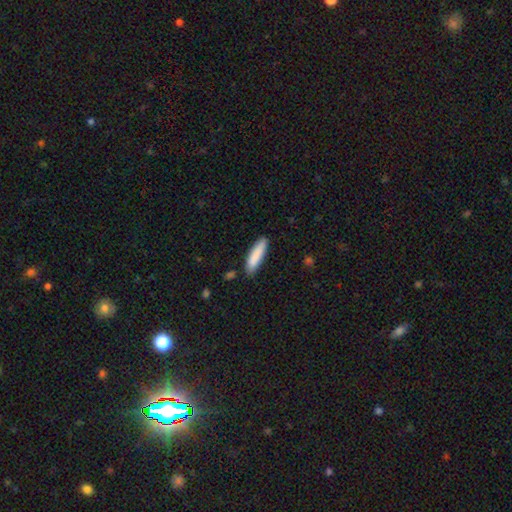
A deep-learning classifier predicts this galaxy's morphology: Smooth or featured? Predicted: smooth (p=0.86). How rounded? Predicted: cigar-shaped (p=0.71). Merging? Predicted: none (p=0.82).